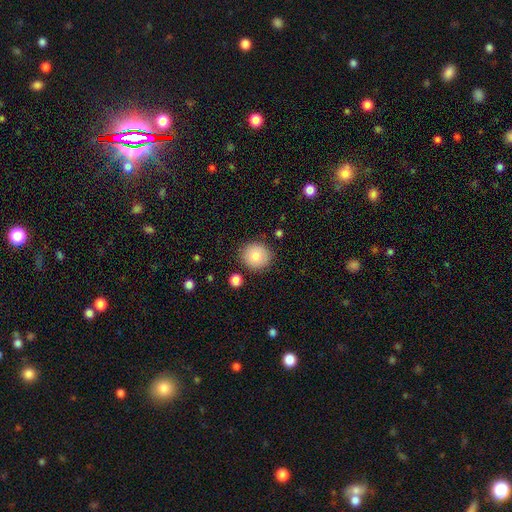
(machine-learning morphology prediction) Smooth or featured?
  - smooth: 80% *
  - featured or disk: 12%
  - star or artifact: 9%
How rounded?
  - round: 89% *
  - in between: 10%
  - cigar-shaped: 1%
Merging?
  - none: 86% *
  - minor disturbance: 9%
  - merger: 3%
  - major disturbance: 2%